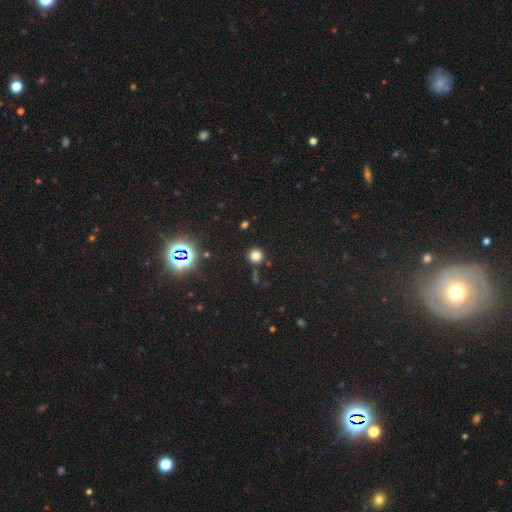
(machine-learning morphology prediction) This appears to be a smooth galaxy with no disk features (76%) that is round (93%). Merging: none (85%).